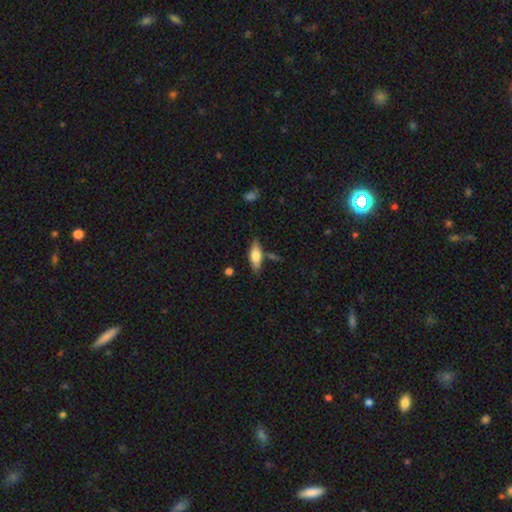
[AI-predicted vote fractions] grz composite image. It shows a smooth galaxy with no disk features (64%) that is in between round and cigar-shaped (57%). Merging: none (74%).